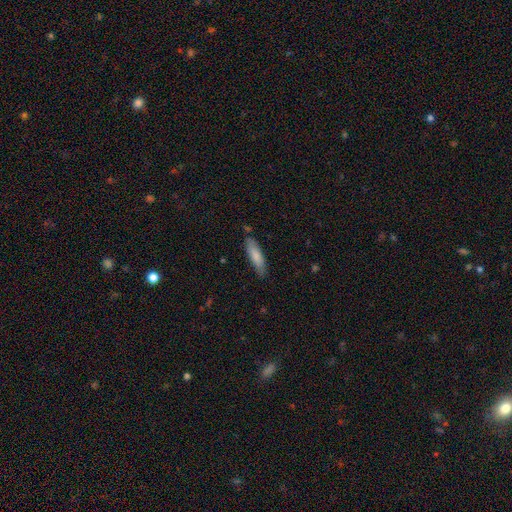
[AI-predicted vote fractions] Overall: smooth (78%). How rounded: cigar-shaped (59%; in between 39%). Merging: none (77%).